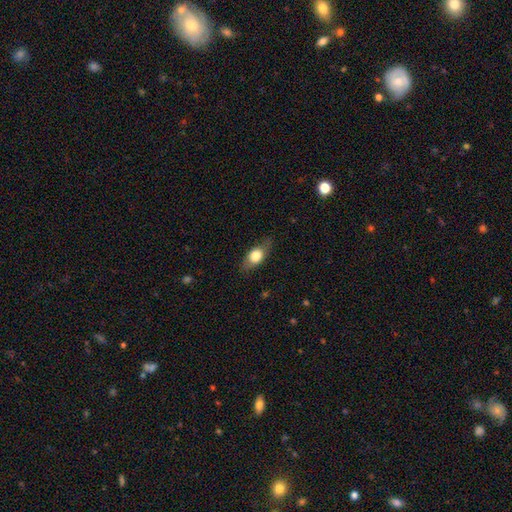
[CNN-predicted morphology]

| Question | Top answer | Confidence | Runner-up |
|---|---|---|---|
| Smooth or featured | smooth | 70% | featured or disk (24%) |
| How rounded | in between | 81% | round (10%) |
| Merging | none | 76% | minor disturbance (18%) |